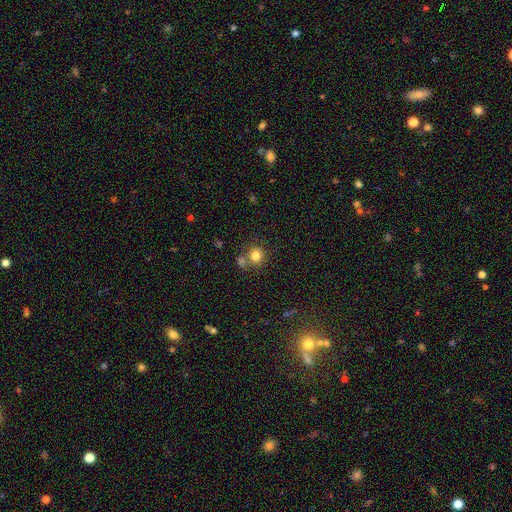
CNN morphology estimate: Smooth or featured? smooth (81%)
How rounded? round (89%)
Merging? none (63%)